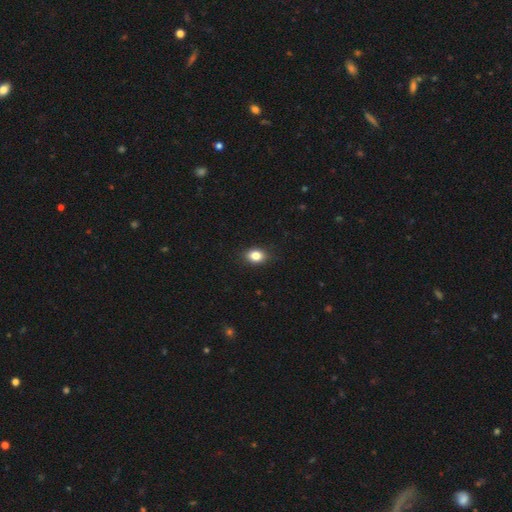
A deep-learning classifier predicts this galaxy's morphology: Smooth or featured: smooth — 84% (star or artifact — 10%)
How rounded: in between — 71% (round — 27%)
Merging: none — 87% (minor disturbance — 10%)